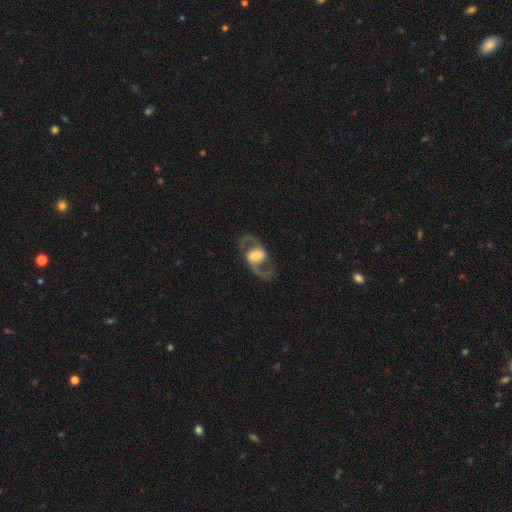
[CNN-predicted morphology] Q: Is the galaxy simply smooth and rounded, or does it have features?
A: featured or disk — 87%.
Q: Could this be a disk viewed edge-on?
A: no — 96%.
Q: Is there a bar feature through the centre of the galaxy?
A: weak — 41%.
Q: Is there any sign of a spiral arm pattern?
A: yes — 94%.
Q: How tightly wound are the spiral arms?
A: medium — 55%.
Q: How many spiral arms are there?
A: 2 — 93%.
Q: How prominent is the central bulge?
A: moderate — 41%.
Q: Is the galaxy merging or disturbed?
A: none — 81%.